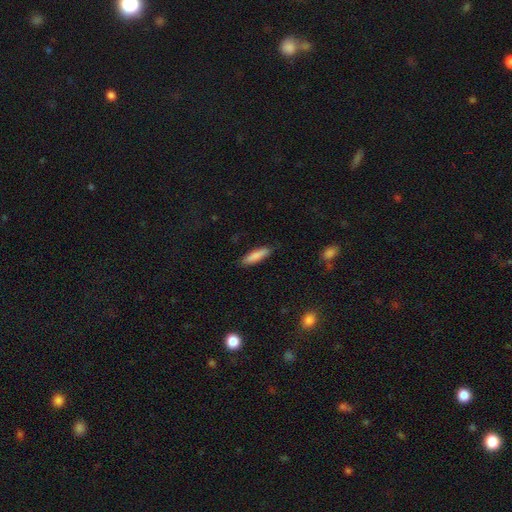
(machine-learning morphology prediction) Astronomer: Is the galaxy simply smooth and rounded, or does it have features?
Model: smooth — 85%.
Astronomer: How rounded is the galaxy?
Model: cigar-shaped — 72%.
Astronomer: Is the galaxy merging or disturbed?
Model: none — 87%.